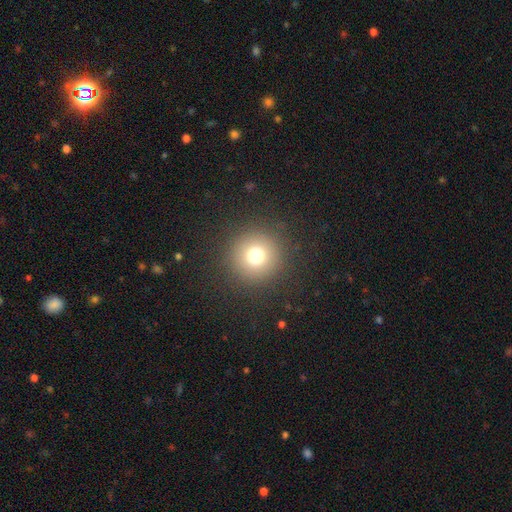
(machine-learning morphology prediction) Smooth or featured? smooth (74%)
How rounded? round (96%)
Merging? none (91%)